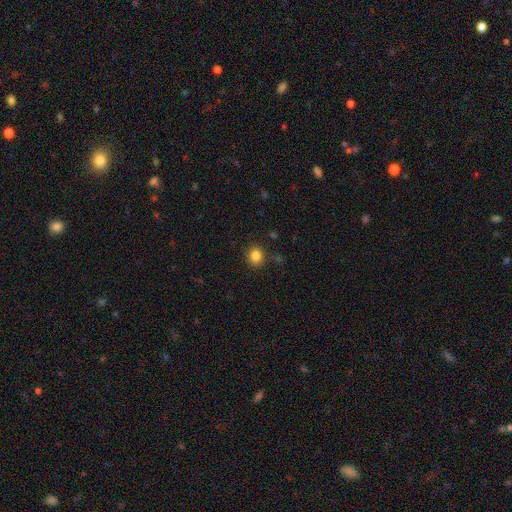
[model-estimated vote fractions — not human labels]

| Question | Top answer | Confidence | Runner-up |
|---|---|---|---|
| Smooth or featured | smooth | 84% | star or artifact (12%) |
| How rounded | round | 72% | in between (27%) |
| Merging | none | 87% | minor disturbance (9%) |